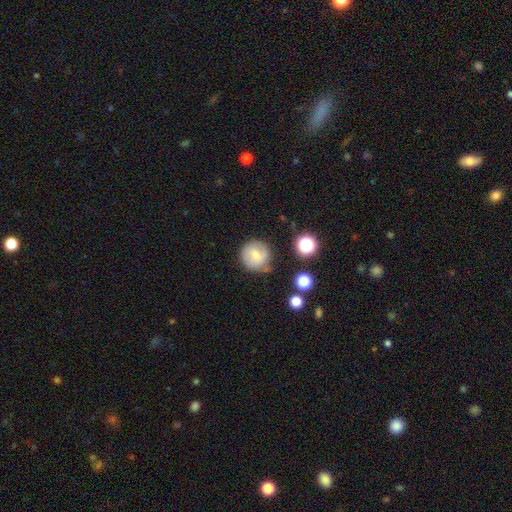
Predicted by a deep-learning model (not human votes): A smooth galaxy with no disk features (66%) that is round (92%). Merging: none (67%).